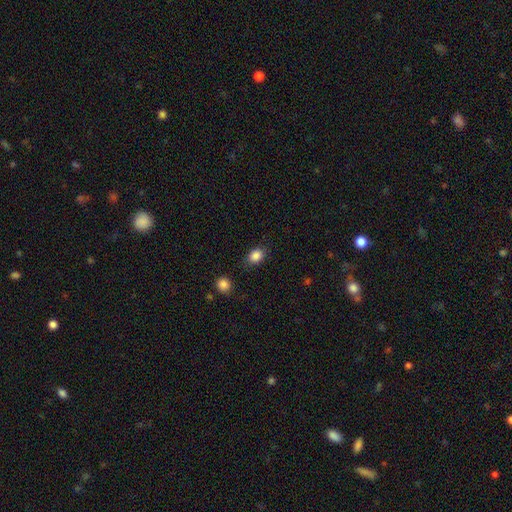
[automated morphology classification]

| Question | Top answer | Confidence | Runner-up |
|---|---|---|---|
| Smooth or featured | smooth | 86% | star or artifact (10%) |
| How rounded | in between | 67% | round (32%) |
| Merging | none | 82% | minor disturbance (13%) |